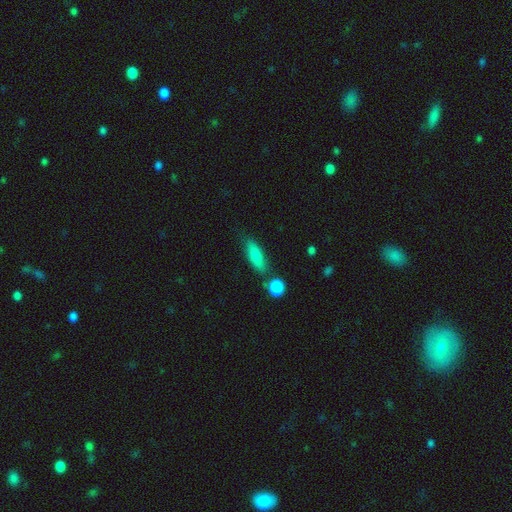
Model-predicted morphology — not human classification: A smooth galaxy with no disk features (82%) that is in between round and cigar-shaped (54%).

Vote fractions:
- Smooth or featured? smooth: 82% / featured or disk: 11% / star or artifact: 7%
- How rounded? in between: 54% / cigar-shaped: 42% / round: 3%
- Merging? none: 66% / minor disturbance: 18% / merger: 10% / major disturbance: 5%